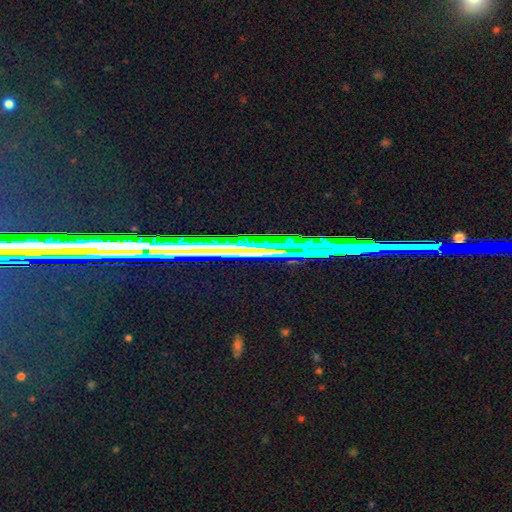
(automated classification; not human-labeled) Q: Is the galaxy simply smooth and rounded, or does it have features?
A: star or artifact — 67%.